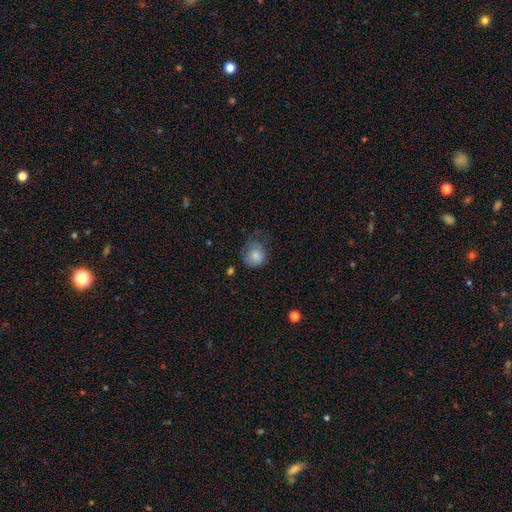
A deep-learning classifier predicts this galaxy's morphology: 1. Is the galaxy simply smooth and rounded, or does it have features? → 79% smooth, 13% featured or disk, 9% star or artifact.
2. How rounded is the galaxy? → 72% round, 27% in between, 1% cigar-shaped.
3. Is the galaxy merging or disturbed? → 42% none, 33% minor disturbance, 23% major disturbance, 2% merger.